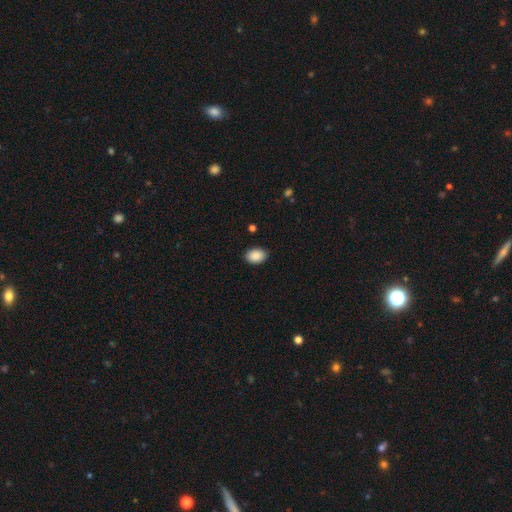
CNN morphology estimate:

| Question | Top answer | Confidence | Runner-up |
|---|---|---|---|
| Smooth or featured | smooth | 90% | star or artifact (7%) |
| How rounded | in between | 84% | round (15%) |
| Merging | none | 88% | minor disturbance (9%) |